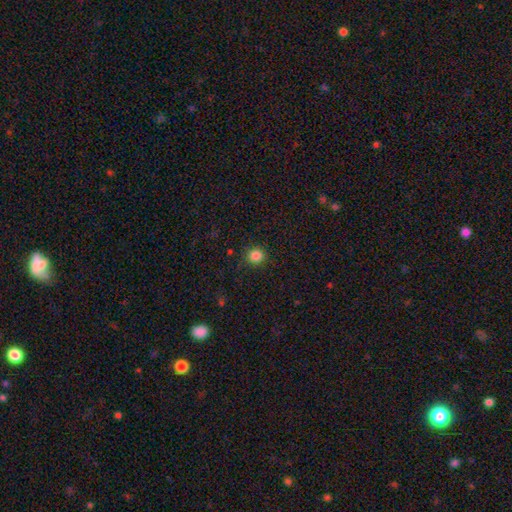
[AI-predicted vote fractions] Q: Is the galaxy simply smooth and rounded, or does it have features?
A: smooth — 85%.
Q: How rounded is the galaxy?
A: round — 91%.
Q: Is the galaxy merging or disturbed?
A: none — 89%.